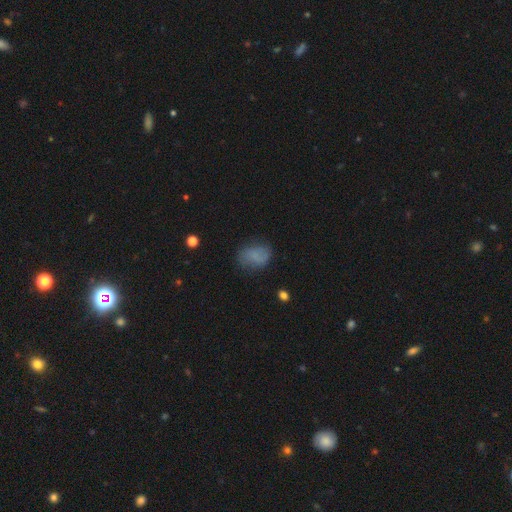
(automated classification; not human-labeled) Smooth or featured? smooth (72%)
How rounded? in between (73%)
Merging? none (65%)